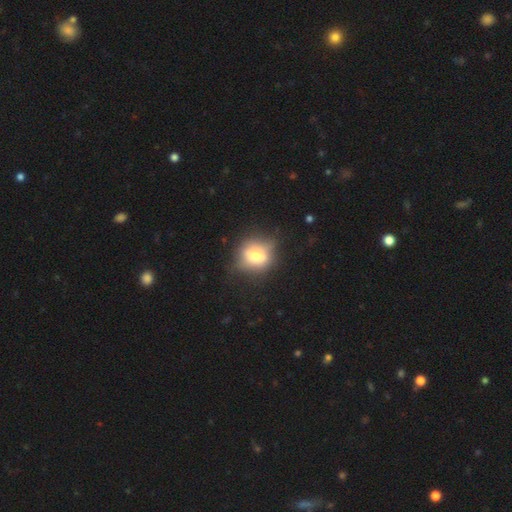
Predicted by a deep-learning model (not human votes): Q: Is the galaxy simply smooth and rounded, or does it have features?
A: smooth — 58%.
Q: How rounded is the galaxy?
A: round — 50%.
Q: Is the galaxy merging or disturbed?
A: none — 62%.